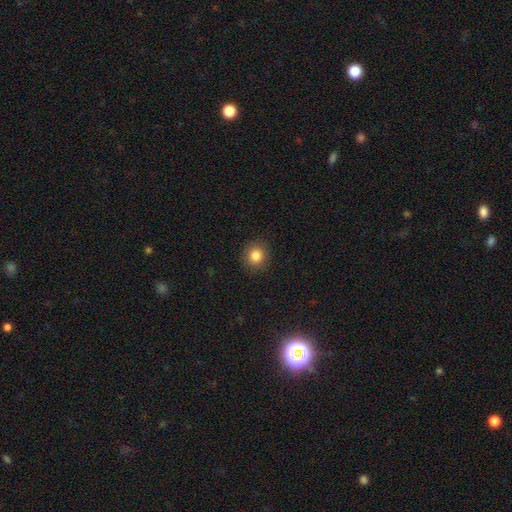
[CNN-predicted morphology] smooth 84%, star or artifact 10%, featured or disk 6%. Down the decision tree: how rounded — round (88%); merging — none (89%).